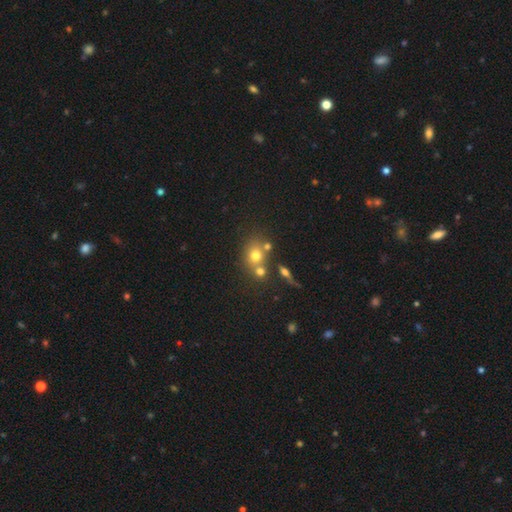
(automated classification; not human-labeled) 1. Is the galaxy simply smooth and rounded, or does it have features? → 68% smooth, 18% featured or disk, 15% star or artifact.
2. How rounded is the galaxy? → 68% round, 30% in between, 2% cigar-shaped.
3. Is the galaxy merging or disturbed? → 51% none, 33% merger, 11% minor disturbance, 5% major disturbance.